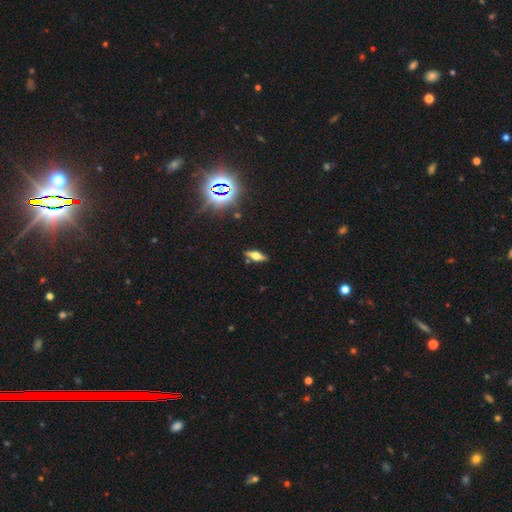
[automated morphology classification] The model was most divided on "smooth or featured": featured or disk: 50%, smooth: 36%, star or artifact: 14%. More confident: merging — none (85%).